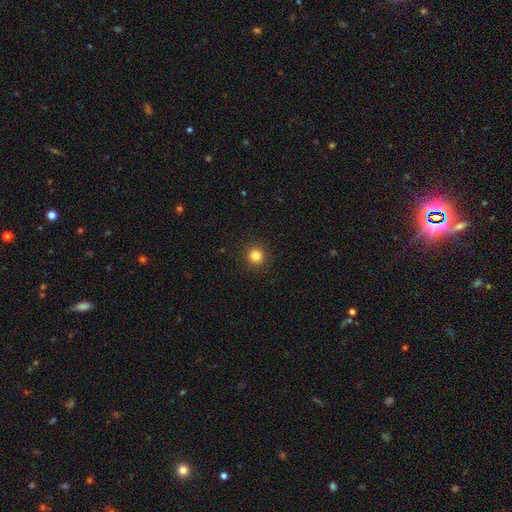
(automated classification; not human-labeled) A smooth galaxy with no disk features (83%) that is round (95%).

Vote fractions:
- Smooth or featured? smooth: 83% / star or artifact: 12% / featured or disk: 4%
- How rounded? round: 95% / in between: 4% / cigar-shaped: 1%
- Merging? none: 92% / minor disturbance: 5% / major disturbance: 2% / merger: 1%